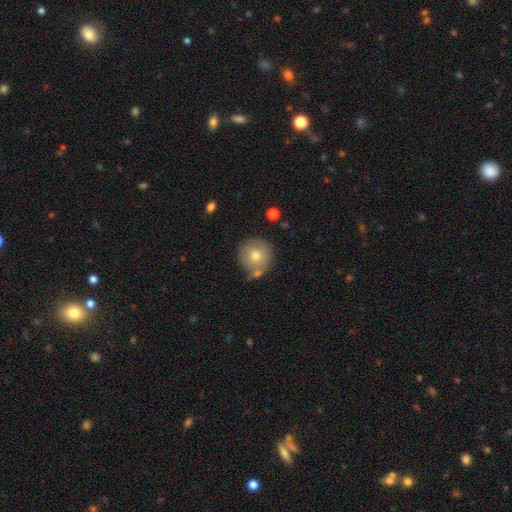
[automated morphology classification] smooth_or_featured: smooth (p=0.72) [alt: featured or disk p=0.19]
how_rounded: round (p=0.94) [alt: in between p=0.05]
merging: none (p=0.70) [alt: minor disturbance p=0.14]